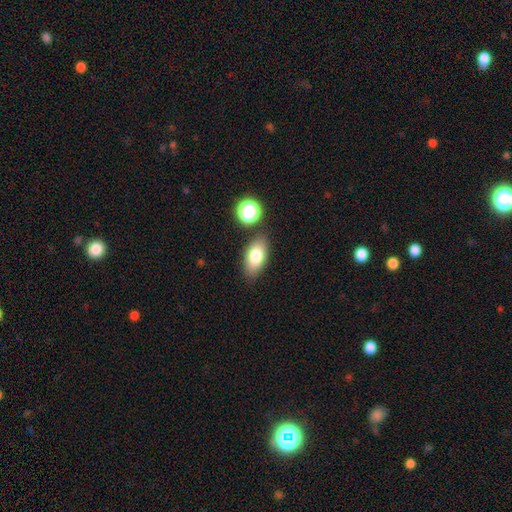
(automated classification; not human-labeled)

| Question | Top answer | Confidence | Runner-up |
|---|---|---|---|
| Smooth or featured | smooth | 79% | featured or disk (13%) |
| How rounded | in between | 89% | round (6%) |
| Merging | none | 80% | minor disturbance (11%) |